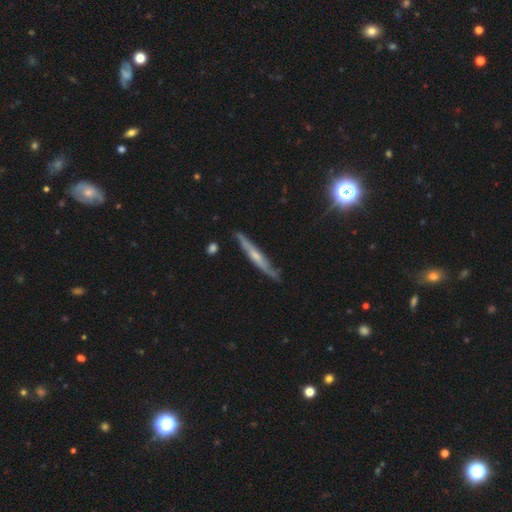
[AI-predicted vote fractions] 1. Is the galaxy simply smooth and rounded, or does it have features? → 62% featured or disk, 31% smooth, 7% star or artifact.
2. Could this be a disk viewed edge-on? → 85% yes, 15% no.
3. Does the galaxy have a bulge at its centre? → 47% rounded, 44% none, 10% boxy.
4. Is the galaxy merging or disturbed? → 76% none, 19% minor disturbance, 3% major disturbance, 2% merger.